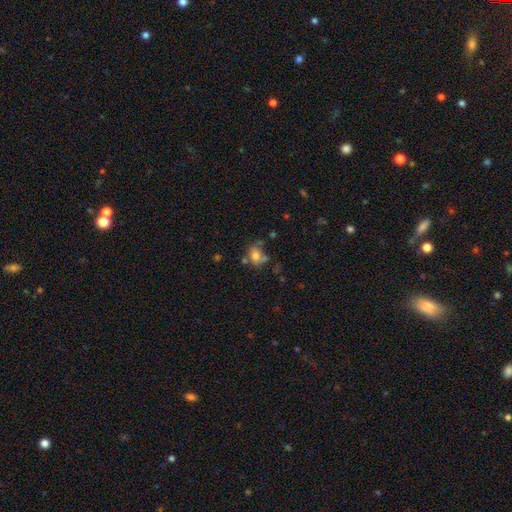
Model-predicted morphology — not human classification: A smooth galaxy with no disk features (72%) that is in between round and cigar-shaped (50%). Merging: none (46%).